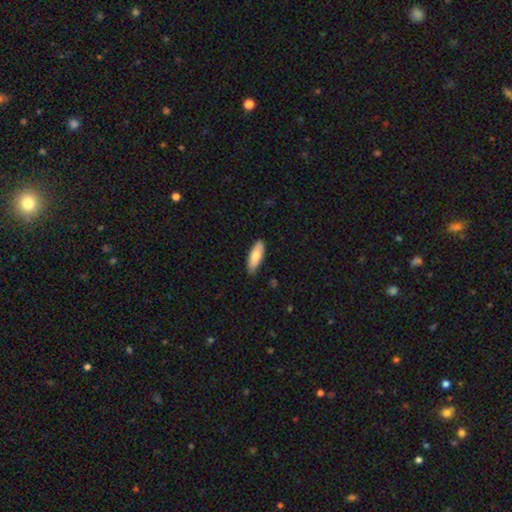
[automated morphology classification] smooth 79%, featured or disk 16%, star or artifact 6%. Down the decision tree: how rounded — in between (61%); merging — none (83%).